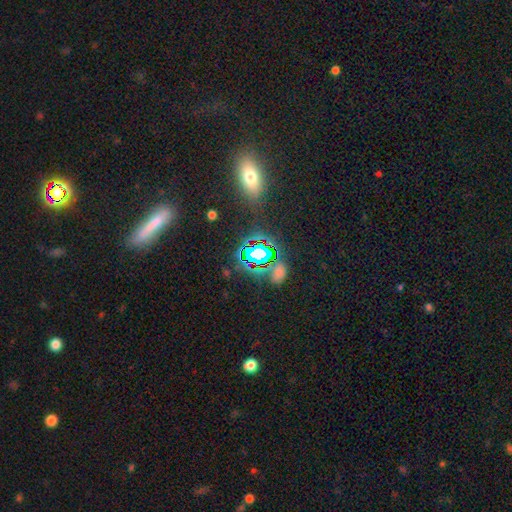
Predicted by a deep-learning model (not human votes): star or artifact 71%, smooth 18%, featured or disk 10%.